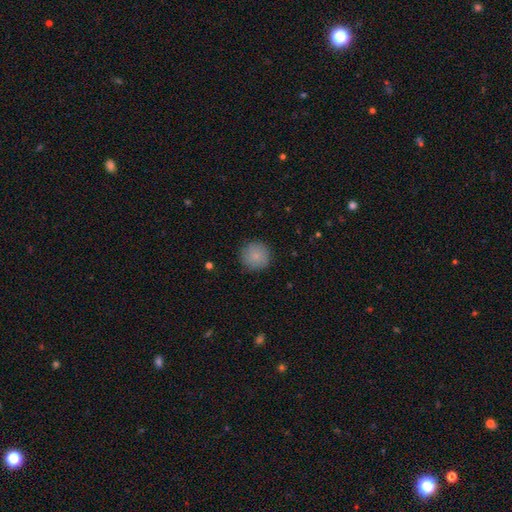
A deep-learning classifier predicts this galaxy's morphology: type=smooth (84%); roundness=round (95%); merging=none (88%).